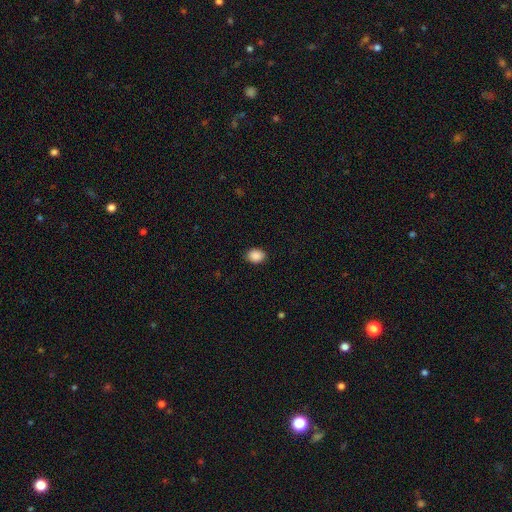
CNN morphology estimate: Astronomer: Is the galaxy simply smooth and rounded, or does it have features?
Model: smooth — 89%.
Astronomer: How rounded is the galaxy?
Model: in between — 65%.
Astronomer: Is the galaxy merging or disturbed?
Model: none — 89%.